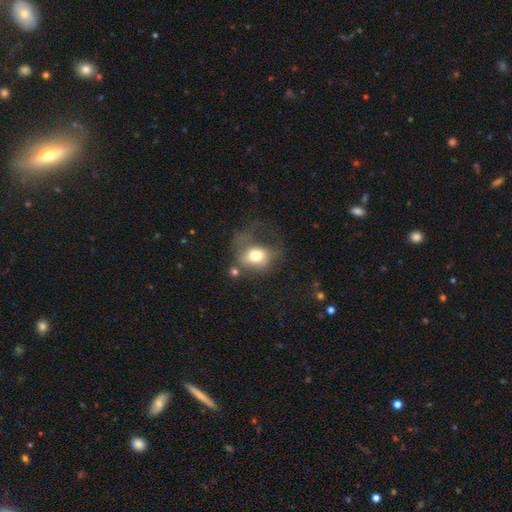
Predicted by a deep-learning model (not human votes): Q: Smooth or featured?
A: smooth (67%); runner-up: featured or disk (22%)
Q: How rounded?
A: in between (50%); runner-up: round (48%)
Q: Merging?
A: major disturbance (43%); runner-up: none (27%)